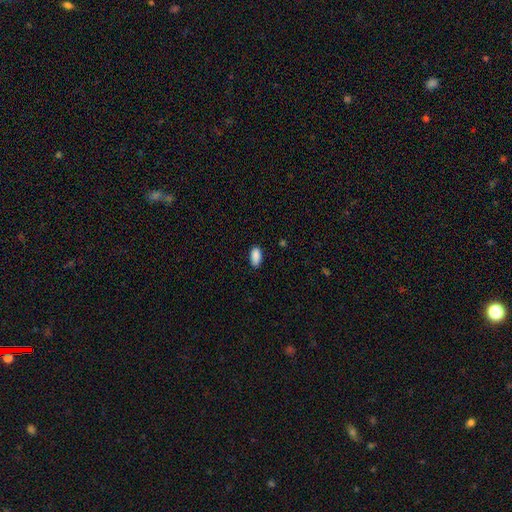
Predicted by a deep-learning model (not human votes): This appears to be a smooth galaxy with no disk features (90%) that is in between round and cigar-shaped (92%). Merging: none (86%).